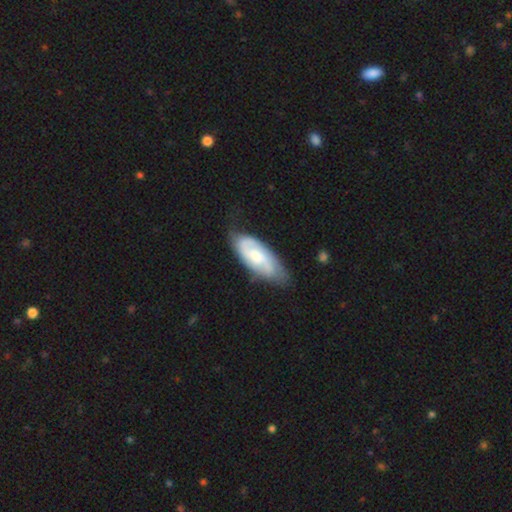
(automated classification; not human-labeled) This is likely a featured or disk galaxy (65%). It is clearly not viewed edge-on (92%). Bar: possibly no (58%). Spiral arm pattern: clearly yes (91%). Spiral arm count: likely 2 (65%). Spiral winding: marginally tight (44%). Central bulge: possibly moderate (47%). Merging: likely none (65%).